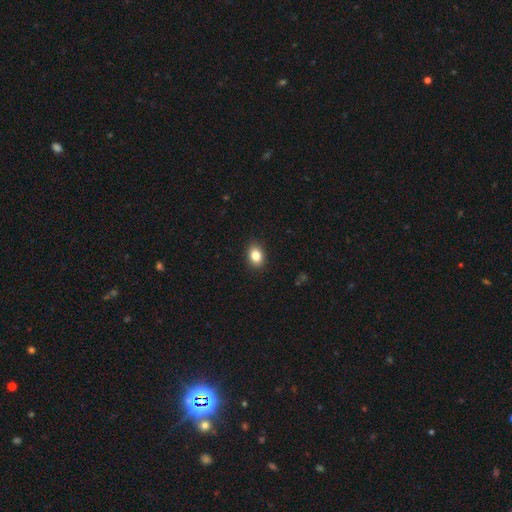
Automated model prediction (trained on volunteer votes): smooth 84%, star or artifact 9%, featured or disk 6%. Down the decision tree: how rounded — in between (71%); merging — none (89%).